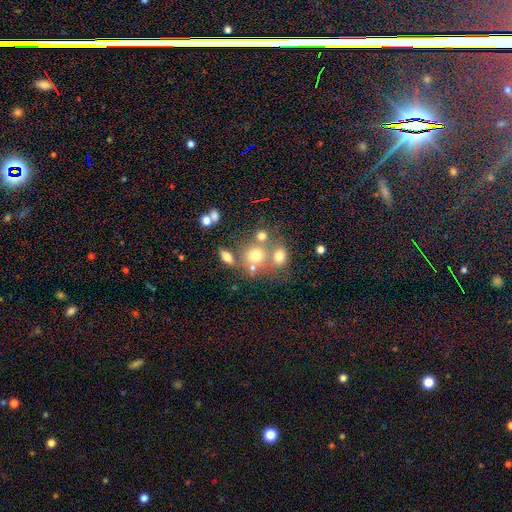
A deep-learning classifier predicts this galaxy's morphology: This appears to be a smooth galaxy with no disk features (66%) that is round (75%). Merging: none (47%).